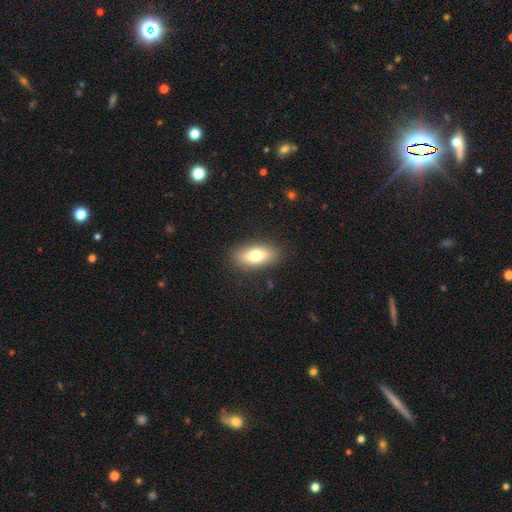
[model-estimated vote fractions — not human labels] smooth-or-featured: smooth: 73% | featured or disk: 20% | star or artifact: 7%
  how-rounded: in between: 84% | cigar-shaped: 11% | round: 4%
  merging: none: 87% | minor disturbance: 9% | major disturbance: 3% | merger: 1%